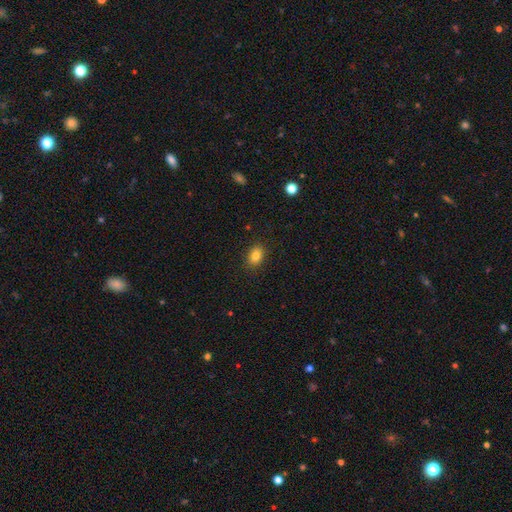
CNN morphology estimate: Smooth or featured? smooth (83%)
How rounded? in between (75%)
Merging? none (88%)